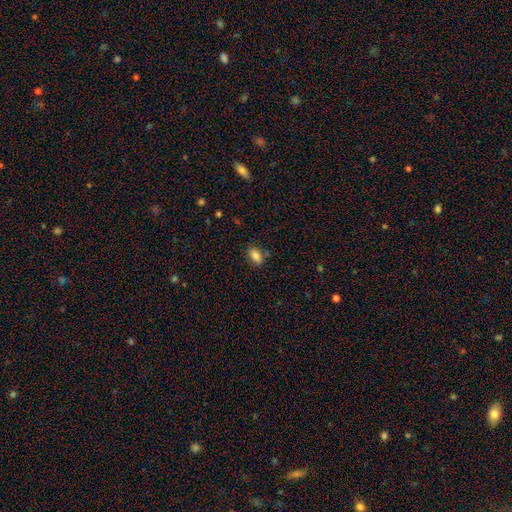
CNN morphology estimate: Smooth or featured?
  - smooth: 85% *
  - star or artifact: 10%
  - featured or disk: 6%
How rounded?
  - in between: 87% *
  - round: 10%
  - cigar-shaped: 3%
Merging?
  - none: 78% *
  - minor disturbance: 14%
  - merger: 4%
  - major disturbance: 3%